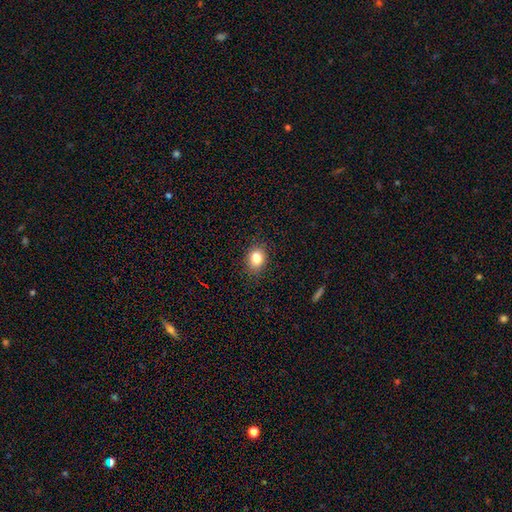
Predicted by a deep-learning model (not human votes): Q: Smooth or featured?
A: smooth (84%); runner-up: star or artifact (10%)
Q: How rounded?
A: in between (62%); runner-up: round (37%)
Q: Merging?
A: none (85%); runner-up: minor disturbance (11%)